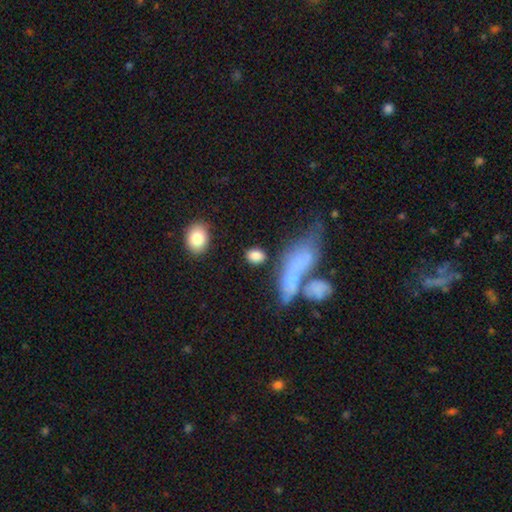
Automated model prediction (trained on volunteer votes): Smooth or featured?
  - smooth: 85% *
  - featured or disk: 8%
  - star or artifact: 7%
How rounded?
  - in between: 74% *
  - round: 22%
  - cigar-shaped: 4%
Merging?
  - none: 73% *
  - minor disturbance: 13%
  - merger: 8%
  - major disturbance: 6%